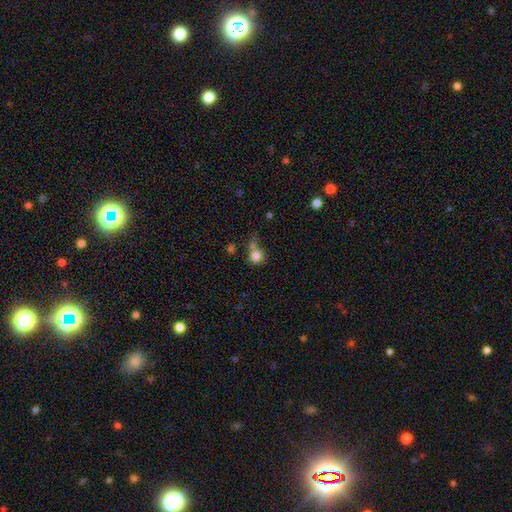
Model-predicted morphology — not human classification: This appears to be a smooth galaxy with no disk features (81%) that is round (87%). Merging: none (50%).